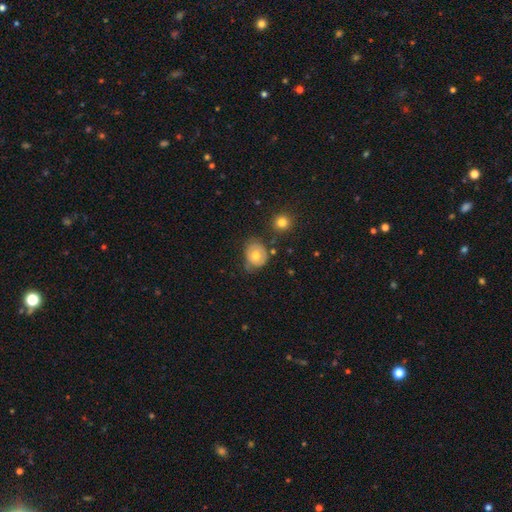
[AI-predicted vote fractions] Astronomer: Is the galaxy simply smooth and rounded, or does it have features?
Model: smooth — 60%.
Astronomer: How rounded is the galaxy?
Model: round — 68%.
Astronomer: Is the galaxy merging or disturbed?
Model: none — 54% (runner-up: minor disturbance, 31%).